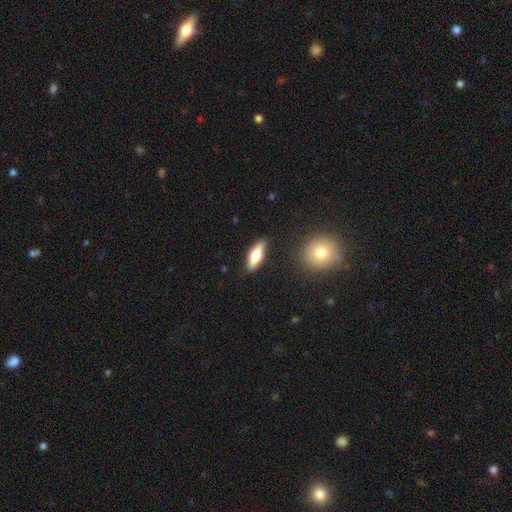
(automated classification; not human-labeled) Smooth or featured? smooth (62%)
How rounded? in between (53%)
Merging? none (86%)